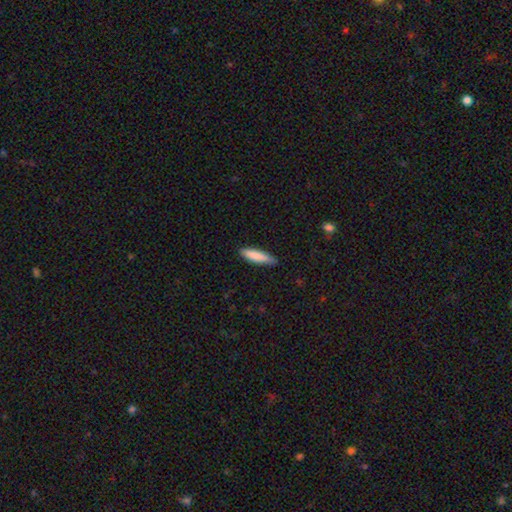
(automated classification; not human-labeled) smooth-or-featured: smooth: 83% | featured or disk: 11% | star or artifact: 6%
  how-rounded: cigar-shaped: 75% | in between: 24% | round: 1%
  merging: none: 77% | minor disturbance: 19% | major disturbance: 2% | merger: 1%